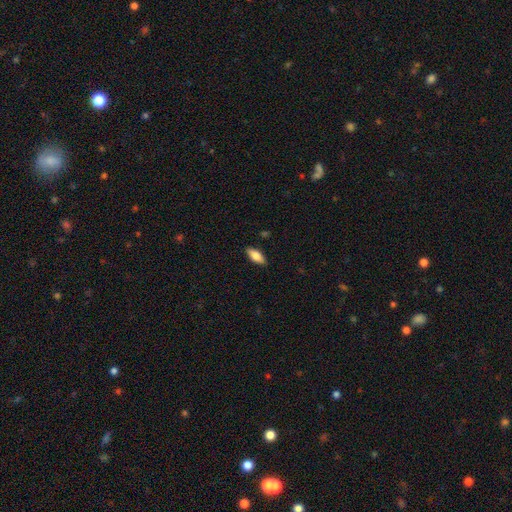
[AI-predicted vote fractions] Smooth or featured? smooth (78%)
How rounded? in between (82%)
Merging? none (87%)